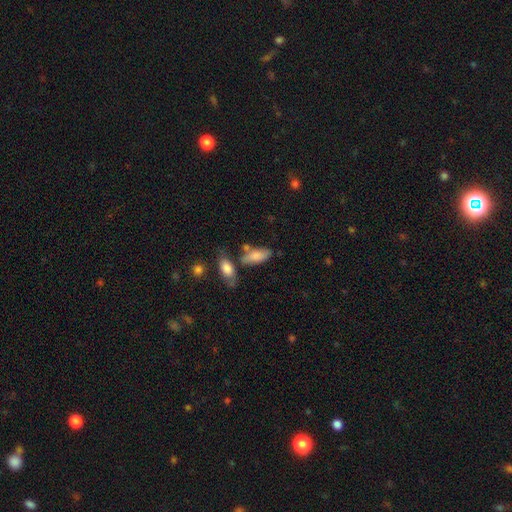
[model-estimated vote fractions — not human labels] This appears to be a smooth galaxy with no disk features (80%) that is in between round and cigar-shaped (82%). Merging: none (56%).